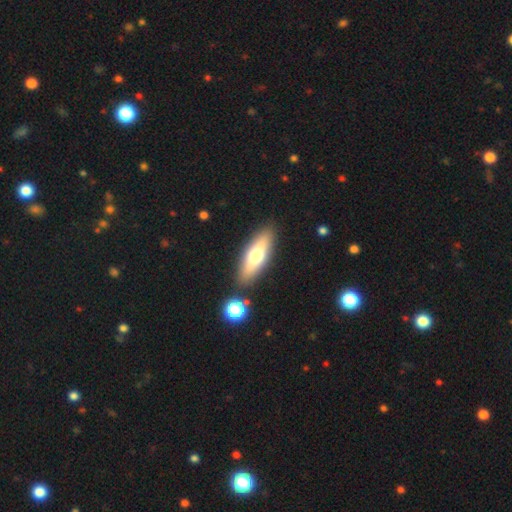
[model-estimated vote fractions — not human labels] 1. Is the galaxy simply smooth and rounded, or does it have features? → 56% smooth, 37% featured or disk, 7% star or artifact.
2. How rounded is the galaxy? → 49% in between, 48% cigar-shaped, 3% round.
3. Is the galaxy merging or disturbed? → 84% none, 9% minor disturbance, 4% merger, 3% major disturbance.